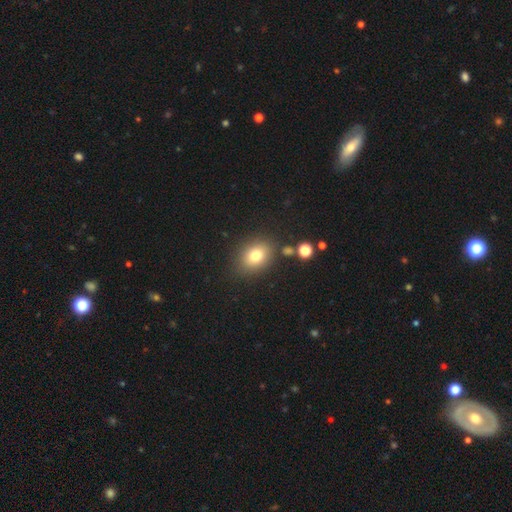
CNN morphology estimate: Q: Smooth or featured?
A: smooth (78%); runner-up: star or artifact (12%)
Q: How rounded?
A: in between (61%); runner-up: round (37%)
Q: Merging?
A: none (82%); runner-up: minor disturbance (10%)